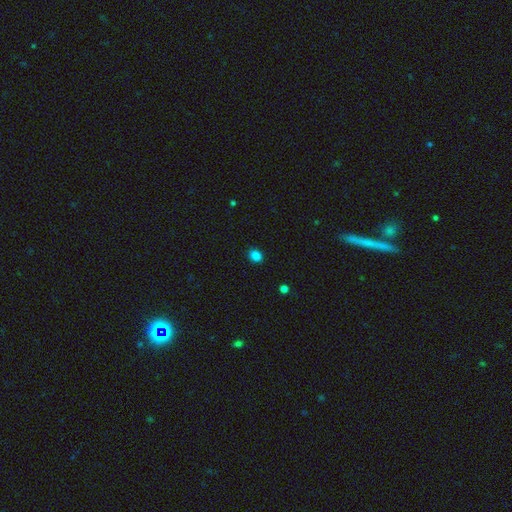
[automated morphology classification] type=smooth (84%); roundness=round (57%); merging=none (90%).